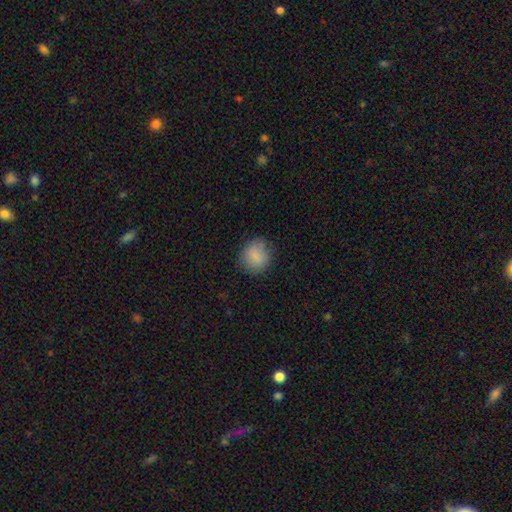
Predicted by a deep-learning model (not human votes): Smooth or featured?
  - smooth: 86% *
  - star or artifact: 8%
  - featured or disk: 6%
How rounded?
  - round: 81% *
  - in between: 19%
  - cigar-shaped: 1%
Merging?
  - none: 81% *
  - minor disturbance: 14%
  - major disturbance: 4%
  - merger: 1%